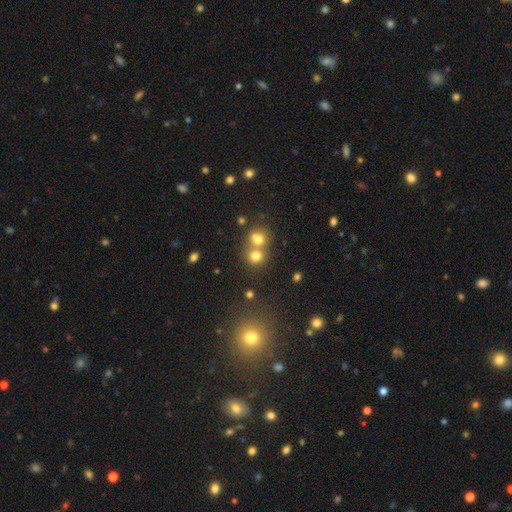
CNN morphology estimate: This appears to be a smooth galaxy with no disk features (74%) that is round (80%). Merging: merger (52%).